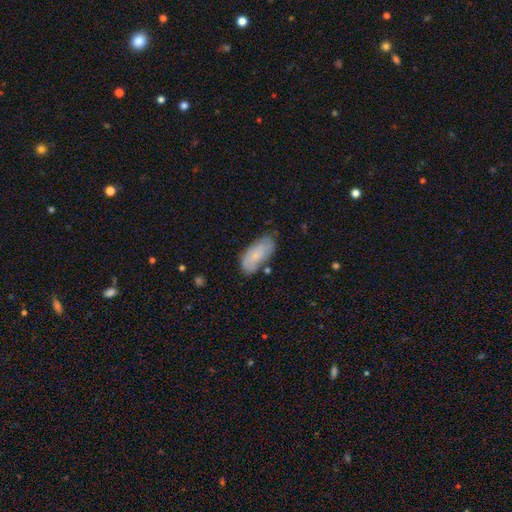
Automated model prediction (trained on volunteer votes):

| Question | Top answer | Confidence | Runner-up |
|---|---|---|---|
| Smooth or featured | smooth | 70% | featured or disk (23%) |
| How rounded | in between | 89% | cigar-shaped (8%) |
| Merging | none | 68% | minor disturbance (23%) |